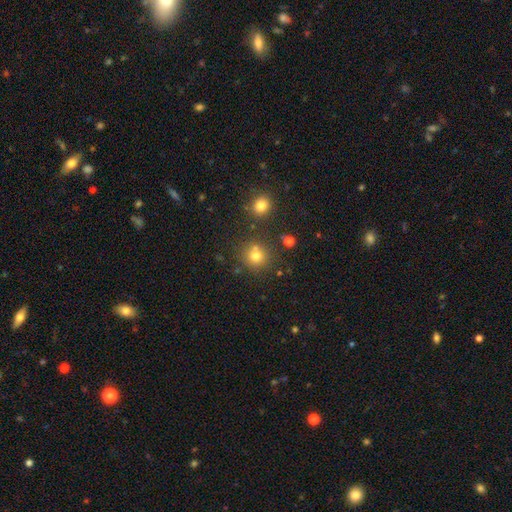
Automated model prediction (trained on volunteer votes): Smooth or featured: smooth — 75% (star or artifact — 16%)
How rounded: round — 90% (in between — 9%)
Merging: none — 73% (merger — 14%)